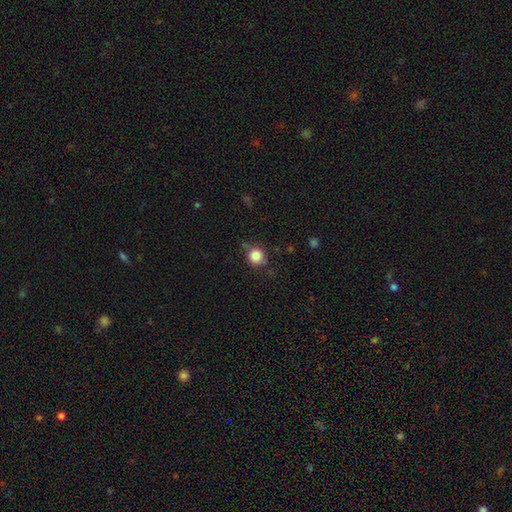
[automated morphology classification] This appears to be a smooth galaxy with no disk features (81%) that is round (88%). Merging: none (70%).